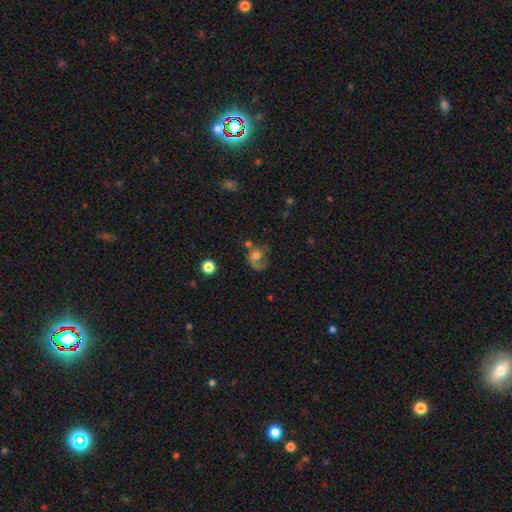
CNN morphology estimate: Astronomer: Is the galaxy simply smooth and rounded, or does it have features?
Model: featured or disk — 46% (runner-up: smooth, 42%).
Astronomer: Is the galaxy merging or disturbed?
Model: major disturbance — 37% (runner-up: none, 33%).